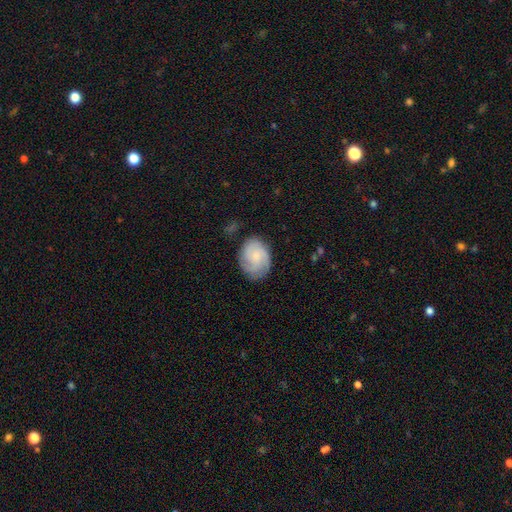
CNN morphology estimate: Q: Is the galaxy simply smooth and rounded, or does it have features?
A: featured or disk — 58%.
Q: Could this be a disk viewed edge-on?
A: no — 98%.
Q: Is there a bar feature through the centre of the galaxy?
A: no — 73%.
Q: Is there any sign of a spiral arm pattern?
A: yes — 93%.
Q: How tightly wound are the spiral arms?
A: tight — 49%.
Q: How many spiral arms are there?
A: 3 — 40%.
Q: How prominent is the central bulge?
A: small — 63%.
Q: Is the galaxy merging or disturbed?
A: none — 75%.